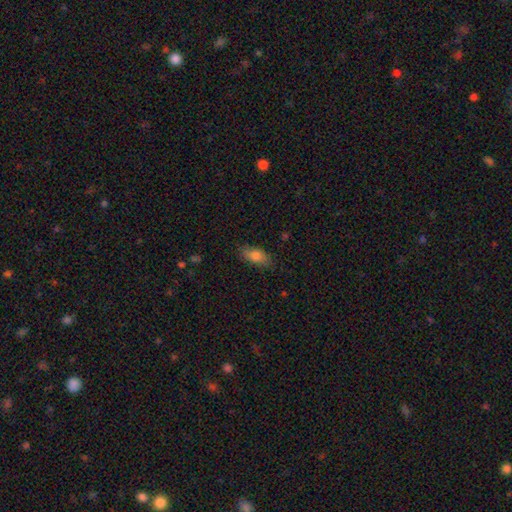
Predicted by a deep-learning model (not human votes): smooth-or-featured: smooth: 79% | featured or disk: 13% | star or artifact: 7%
  how-rounded: in between: 85% | cigar-shaped: 12% | round: 3%
  merging: none: 81% | minor disturbance: 15% | major disturbance: 3% | merger: 1%